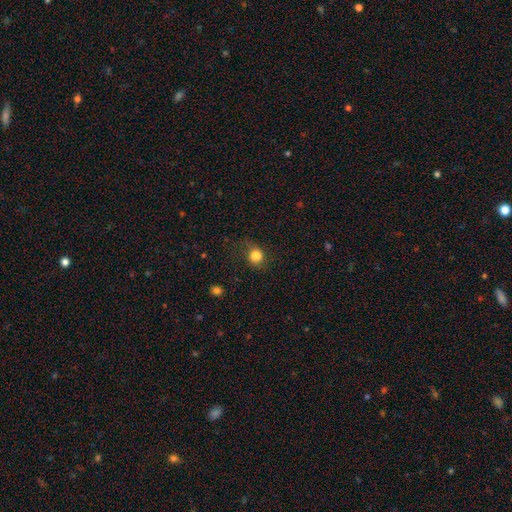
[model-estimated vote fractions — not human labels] Morphology: type=smooth (82%); roundness=round (78%); merging=none (64%).